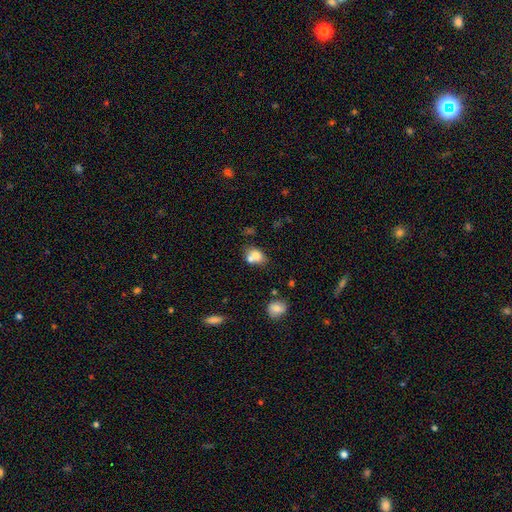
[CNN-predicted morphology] A smooth galaxy with no disk features (73%) that is in between round and cigar-shaped (60%).

Vote fractions:
- Smooth or featured? smooth: 73% / featured or disk: 16% / star or artifact: 10%
- How rounded? in between: 60% / round: 38% / cigar-shaped: 1%
- Merging? merger: 44% / none: 38% / minor disturbance: 12% / major disturbance: 5%